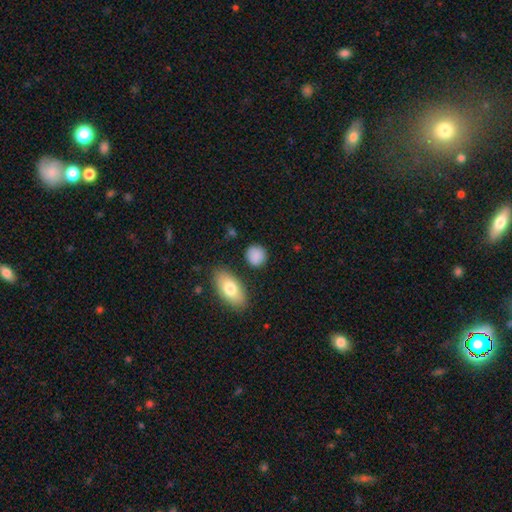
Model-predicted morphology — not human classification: smooth-or-featured: smooth: 87% | star or artifact: 8% | featured or disk: 6%
  how-rounded: round: 76% | in between: 22% | cigar-shaped: 2%
  merging: none: 82% | minor disturbance: 11% | merger: 4% | major disturbance: 3%